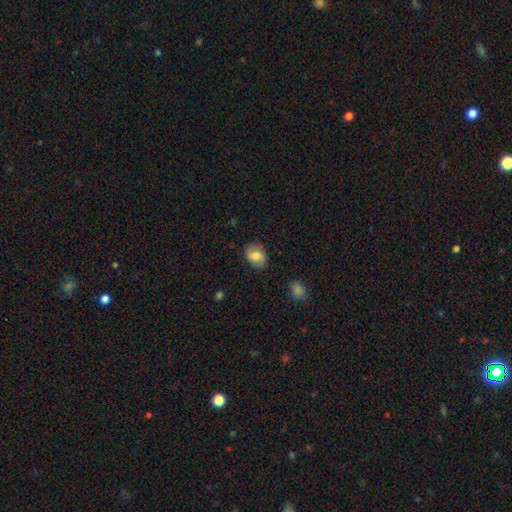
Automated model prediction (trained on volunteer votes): Overall: smooth (75%). How rounded: in between (60%; round 39%). Merging: none (84%).